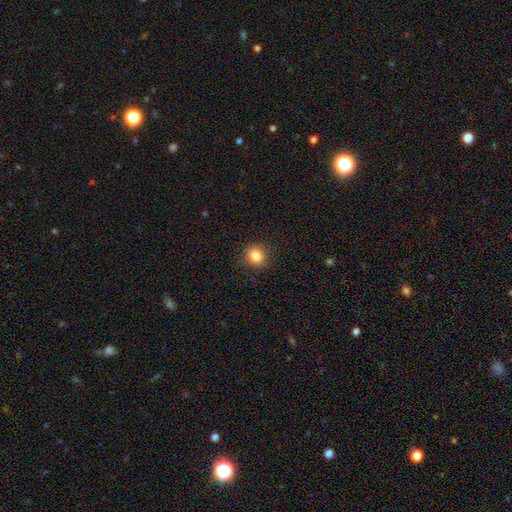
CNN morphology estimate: This is clearly a smooth galaxy (84%). How rounded: clearly round (81%). Merging: clearly none (89%).